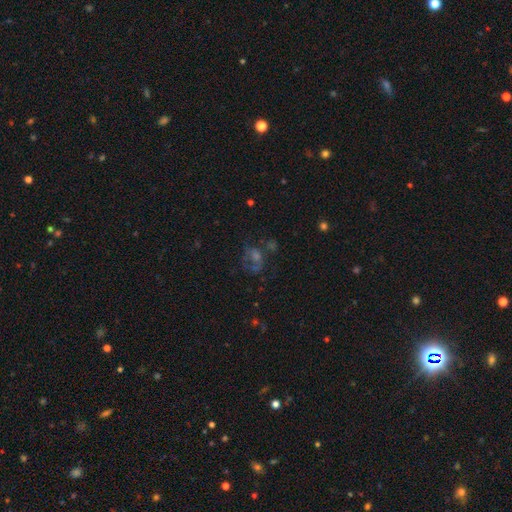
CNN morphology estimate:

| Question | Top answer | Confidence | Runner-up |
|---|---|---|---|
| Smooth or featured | featured or disk | 44% | star or artifact (31%) |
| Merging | none | 48% | major disturbance (25%) |